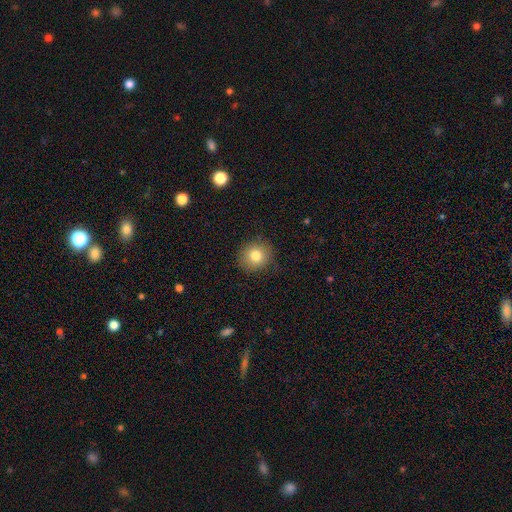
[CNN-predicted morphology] type=smooth (81%); roundness=round (85%); merging=none (88%).